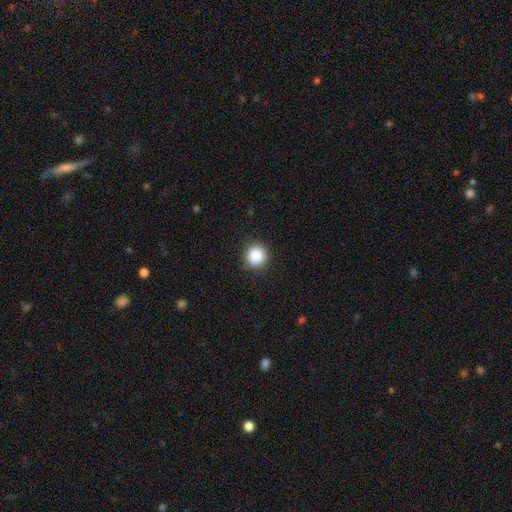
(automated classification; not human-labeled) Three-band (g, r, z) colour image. It shows a smooth galaxy with no disk features (86%) that is round (92%). Merging: none (90%).